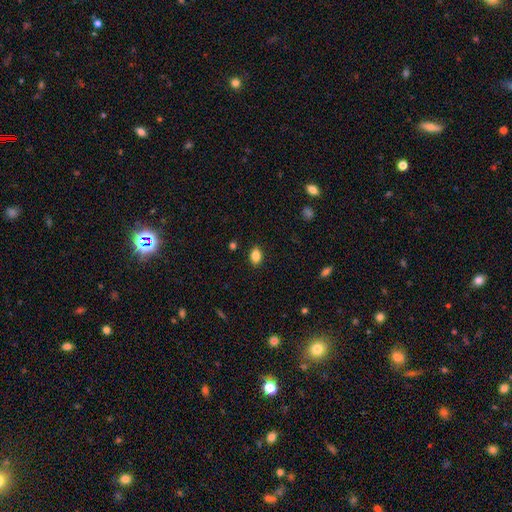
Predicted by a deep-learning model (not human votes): Smooth or featured: smooth — 85% (star or artifact — 9%)
How rounded: in between — 85% (round — 13%)
Merging: none — 88% (minor disturbance — 9%)